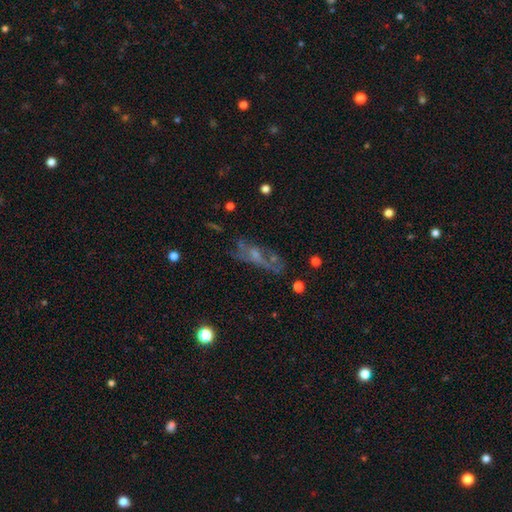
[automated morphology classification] Overall: featured or disk (49%; smooth 34%). Merging: none (45%; major disturbance 24%).